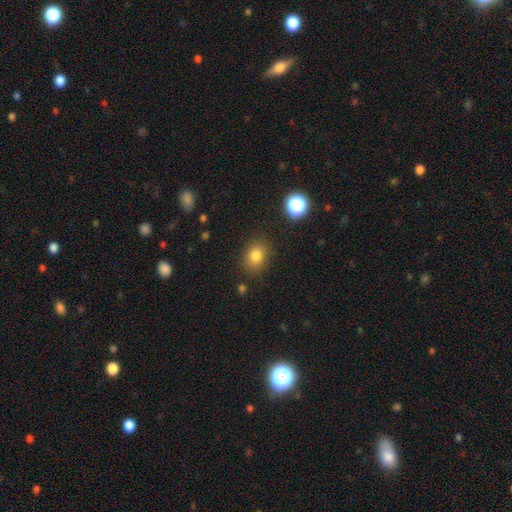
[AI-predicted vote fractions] Morphology: type=smooth (81%); roundness=in between (55%); merging=none (83%).